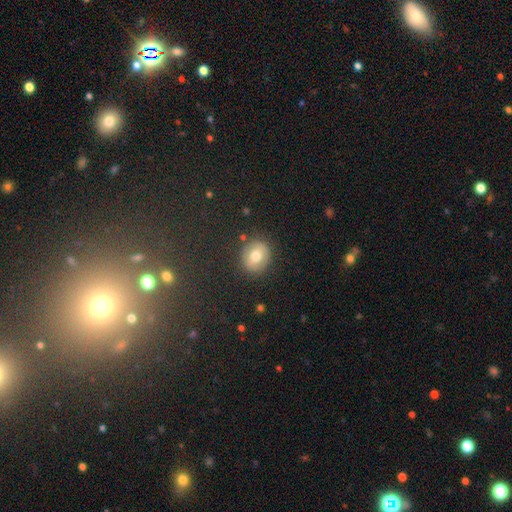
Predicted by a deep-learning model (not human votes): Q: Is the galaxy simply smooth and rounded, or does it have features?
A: smooth — 66%.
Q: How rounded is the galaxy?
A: round — 67%.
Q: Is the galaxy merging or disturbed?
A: none — 87%.